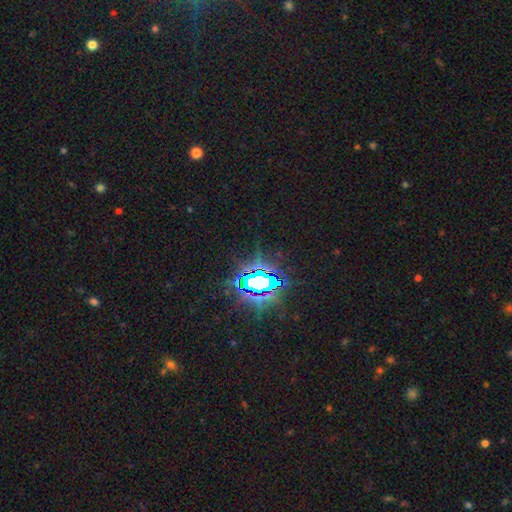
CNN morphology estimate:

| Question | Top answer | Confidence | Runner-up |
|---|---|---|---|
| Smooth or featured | star or artifact | 82% | smooth (10%) |